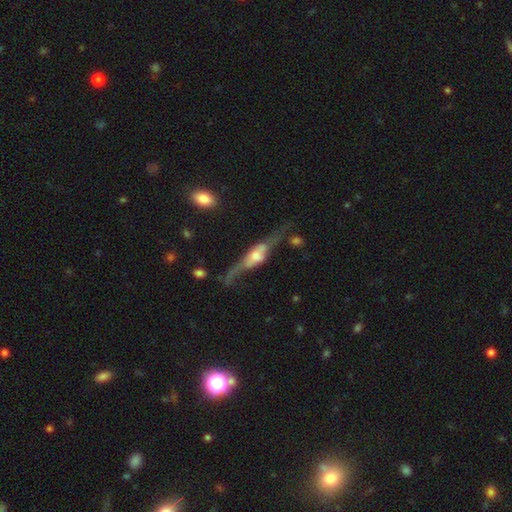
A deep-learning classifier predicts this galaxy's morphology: A featured or disk galaxy (77%) viewed edge-on (78%) with a rounded central bulge (79%). Merging: none (51%).